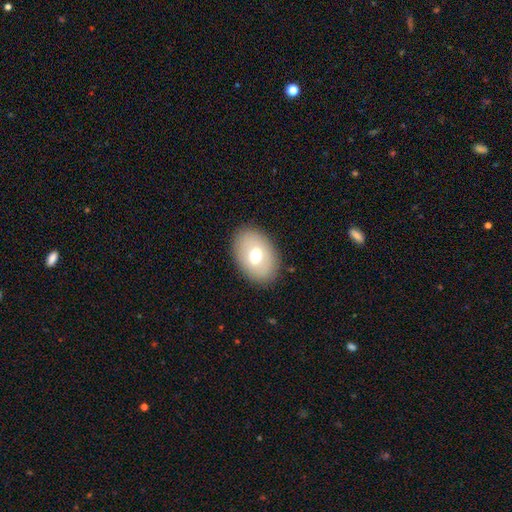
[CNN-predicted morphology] Smooth or featured?
  - smooth: 66% *
  - featured or disk: 25%
  - star or artifact: 8%
How rounded?
  - in between: 80% *
  - round: 19%
  - cigar-shaped: 1%
Merging?
  - none: 86% *
  - minor disturbance: 9%
  - major disturbance: 3%
  - merger: 1%